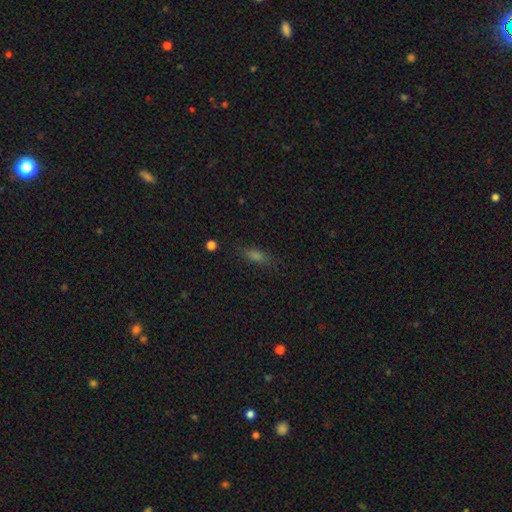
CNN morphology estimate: smooth 60%, star or artifact 23%, featured or disk 17%. Down the decision tree: how rounded — in between (54%); merging — none (80%).